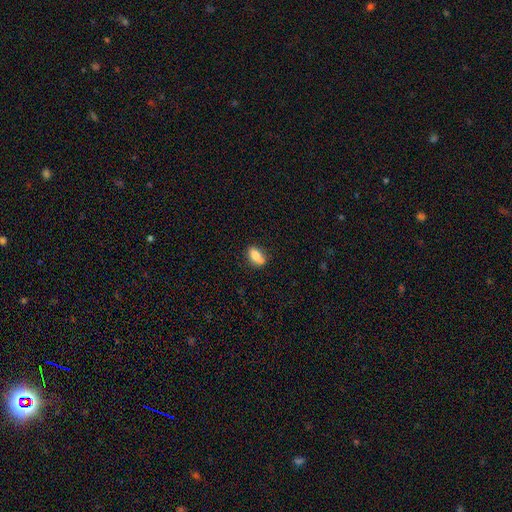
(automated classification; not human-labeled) Smooth or featured: smooth — 78% (featured or disk — 14%)
How rounded: in between — 84% (cigar-shaped — 8%)
Merging: none — 70% (minor disturbance — 20%)